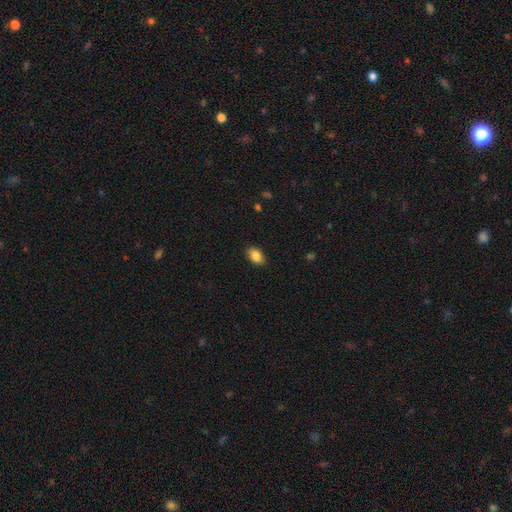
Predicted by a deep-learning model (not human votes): smooth-or-featured: smooth: 87% | star or artifact: 8% | featured or disk: 5%
  how-rounded: in between: 90% | round: 9% | cigar-shaped: 2%
  merging: none: 88% | minor disturbance: 9% | major disturbance: 2% | merger: 1%